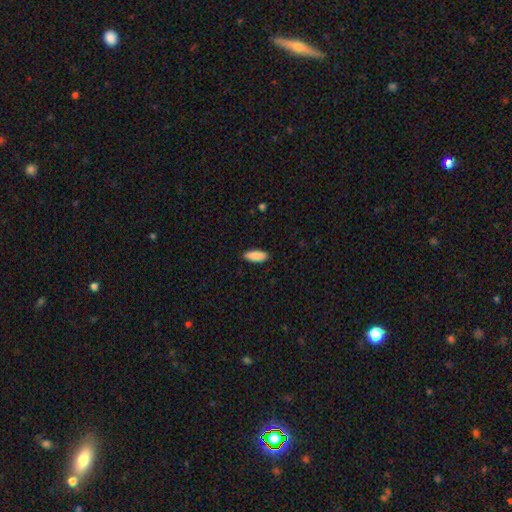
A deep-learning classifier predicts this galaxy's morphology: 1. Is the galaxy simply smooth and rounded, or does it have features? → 90% smooth, 6% star or artifact, 4% featured or disk.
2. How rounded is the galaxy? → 65% in between, 34% cigar-shaped, 2% round.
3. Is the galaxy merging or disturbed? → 89% none, 8% minor disturbance, 2% major disturbance, 1% merger.